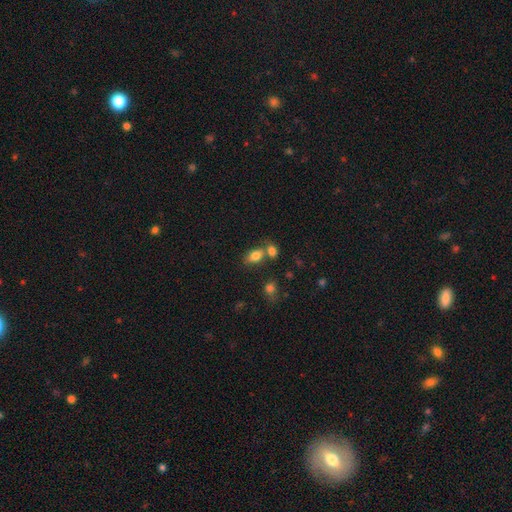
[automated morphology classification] Q: Smooth or featured?
A: smooth (79%); runner-up: featured or disk (11%)
Q: How rounded?
A: in between (84%); runner-up: round (14%)
Q: Merging?
A: none (48%); runner-up: merger (36%)